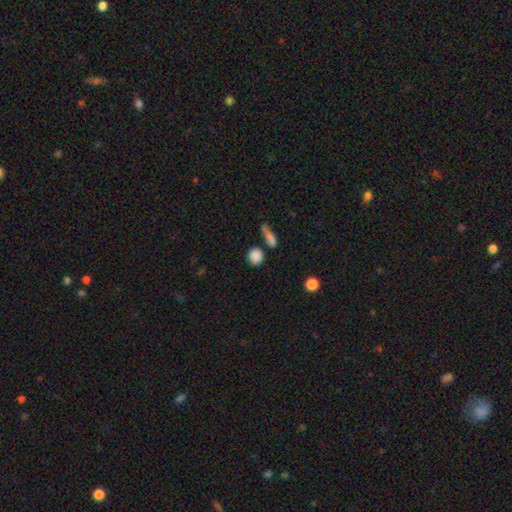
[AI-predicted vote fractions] Smooth or featured? smooth (84%)
How rounded? round (81%)
Merging? none (69%)